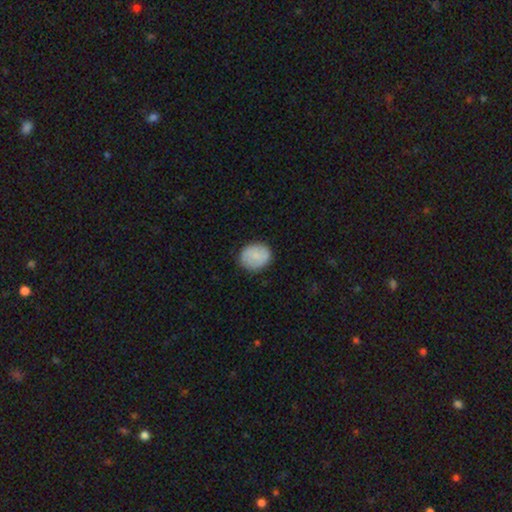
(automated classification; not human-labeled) smooth 79%, featured or disk 15%, star or artifact 7%. Down the decision tree: how rounded — round (68%); merging — none (82%).